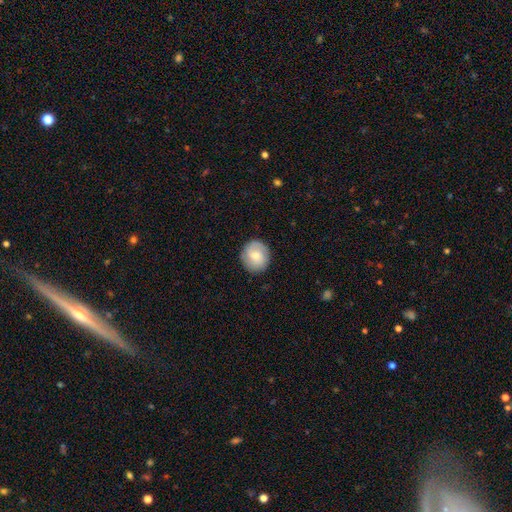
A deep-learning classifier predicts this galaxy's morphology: smooth-or-featured: smooth: 67% | featured or disk: 26% | star or artifact: 7%
  how-rounded: round: 87% | in between: 12% | cigar-shaped: 1%
  merging: none: 86% | minor disturbance: 11% | major disturbance: 3% | merger: 1%